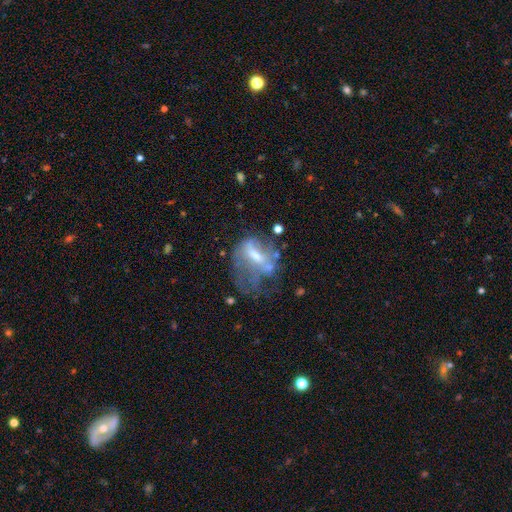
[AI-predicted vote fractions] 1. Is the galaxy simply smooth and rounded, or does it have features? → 59% featured or disk, 29% smooth, 12% star or artifact.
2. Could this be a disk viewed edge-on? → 94% no, 6% yes.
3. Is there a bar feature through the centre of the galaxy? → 40% weak, 34% no, 26% strong.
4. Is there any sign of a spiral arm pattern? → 66% no, 34% yes.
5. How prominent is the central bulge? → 45% moderate, 37% small, 11% none, 6% large, 1% dominant.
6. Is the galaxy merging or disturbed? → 46% major disturbance, 24% none, 20% minor disturbance, 11% merger.